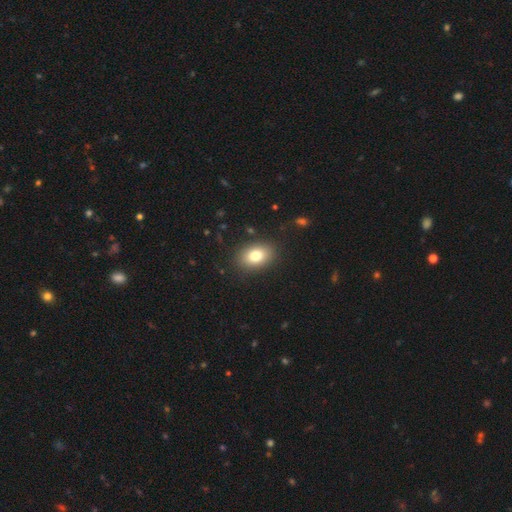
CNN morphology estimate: This is clearly a smooth galaxy (80%). How rounded: clearly in between (81%). Merging: clearly none (88%).